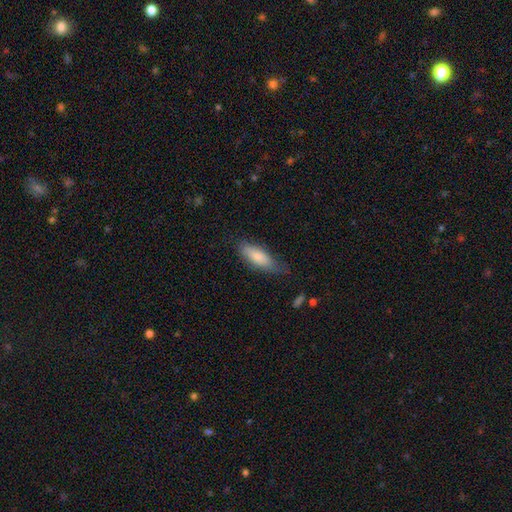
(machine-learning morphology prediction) A smooth galaxy with no disk features (77%) that is in between round and cigar-shaped (58%). Merging: none (67%).